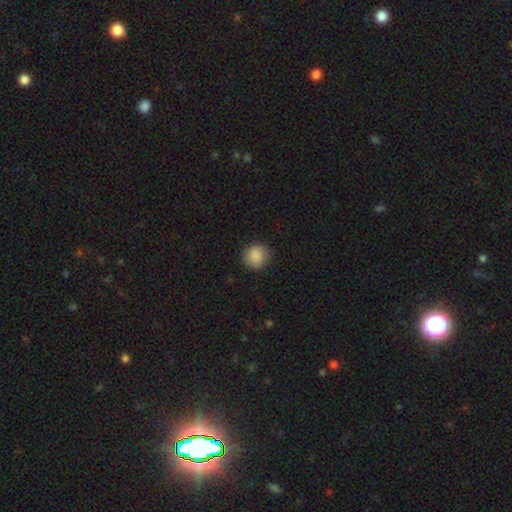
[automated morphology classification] The model was most divided on "merging": none: 83%, minor disturbance: 13%, major disturbance: 3%, merger: 1%. More confident: smooth or featured — smooth (88%); how rounded — round (87%).